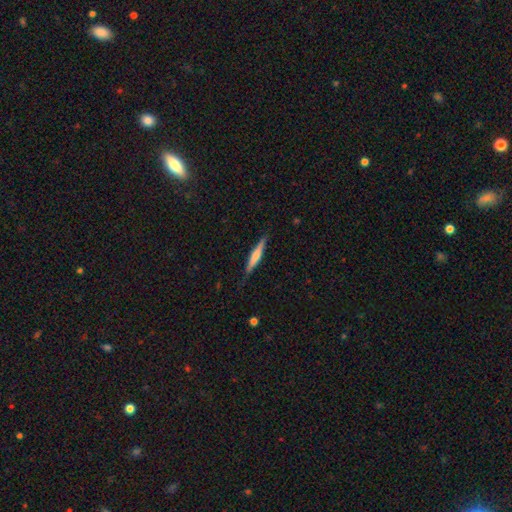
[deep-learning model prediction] This is possibly a featured or disk galaxy (48%). Merging: clearly none (85%).